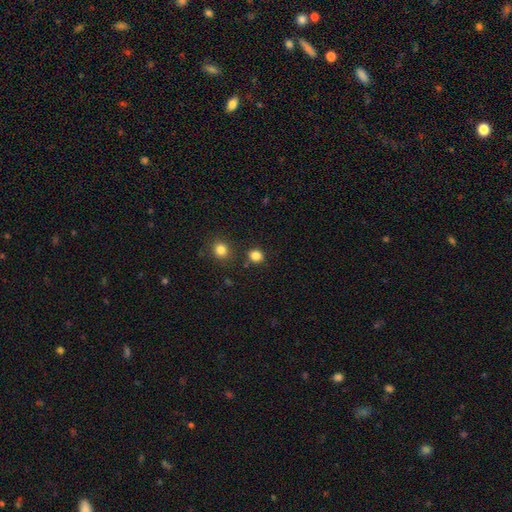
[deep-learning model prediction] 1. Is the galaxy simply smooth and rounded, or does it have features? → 84% smooth, 12% star or artifact, 4% featured or disk.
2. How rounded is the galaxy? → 79% round, 20% in between, 1% cigar-shaped.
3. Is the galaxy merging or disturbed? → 83% none, 8% minor disturbance, 6% merger, 3% major disturbance.